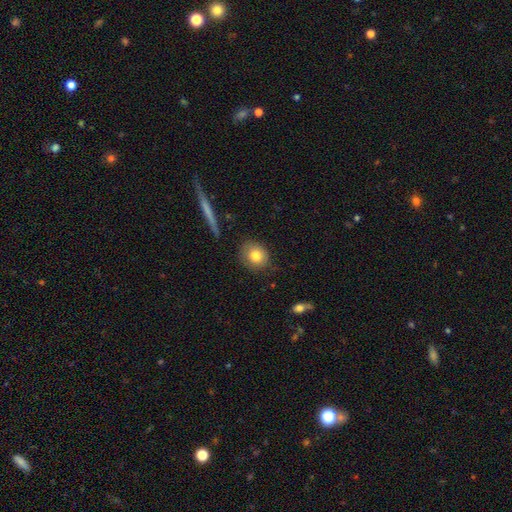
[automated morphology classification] The model was most divided on "how rounded": round: 72%, in between: 27%, cigar-shaped: 2%. More confident: merging — none (82%); smooth or featured — smooth (80%).